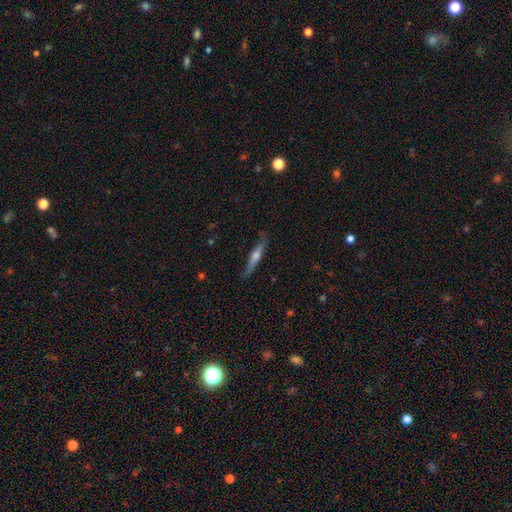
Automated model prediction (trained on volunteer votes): A featured or disk galaxy (60%) viewed edge-on (96%) with a rounded central bulge (81%).

Vote fractions:
- Smooth or featured? featured or disk: 60% / smooth: 33% / star or artifact: 7%
- Edge-on disk? yes: 96% / no: 4%
- Edge-on bulge? rounded: 81% / none: 12% / boxy: 8%
- Merging? none: 83% / minor disturbance: 13% / major disturbance: 2% / merger: 1%